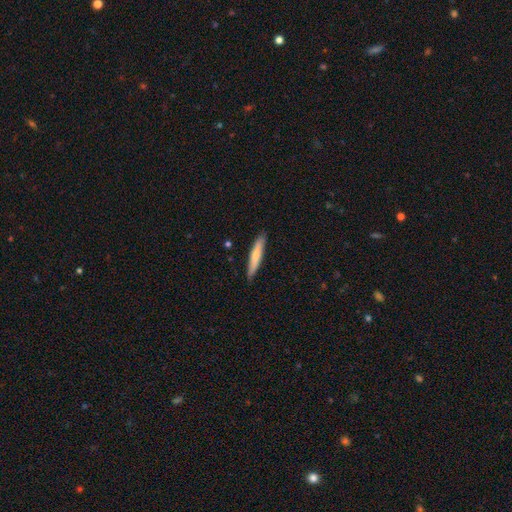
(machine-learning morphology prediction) Smooth or featured? Predicted: smooth (p=0.68). How rounded? Predicted: cigar-shaped (p=0.91). Merging? Predicted: none (p=0.88).